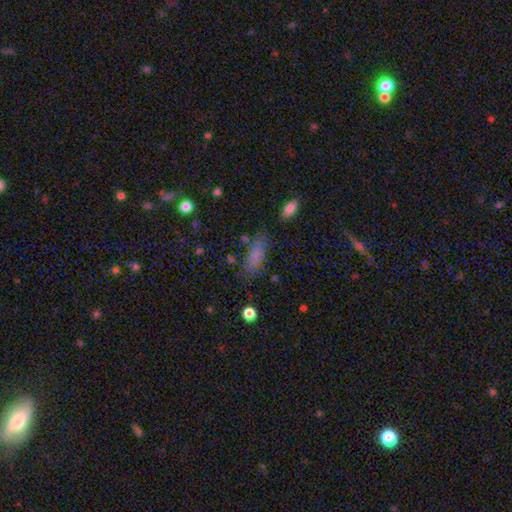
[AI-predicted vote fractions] This is clearly a smooth galaxy (80%). How rounded: likely in between (67%). Merging: likely none (73%).